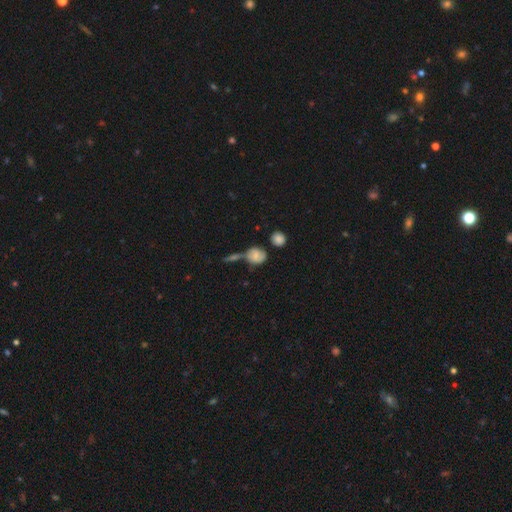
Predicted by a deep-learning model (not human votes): Smooth or featured? smooth (55%)
How rounded? round (61%)
Merging? none (42%)